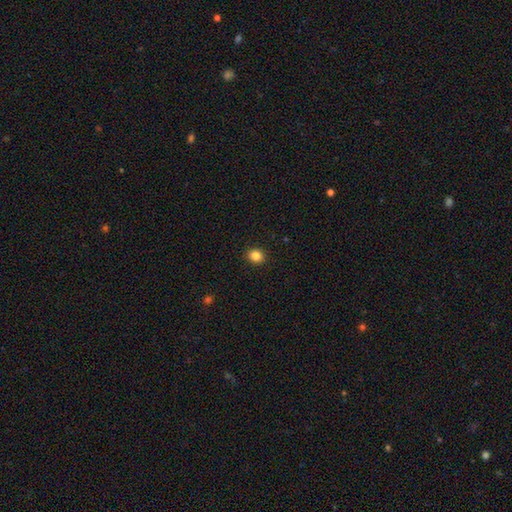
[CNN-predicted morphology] This is clearly a smooth galaxy (85%). How rounded: likely round (69%). Merging: clearly none (92%).